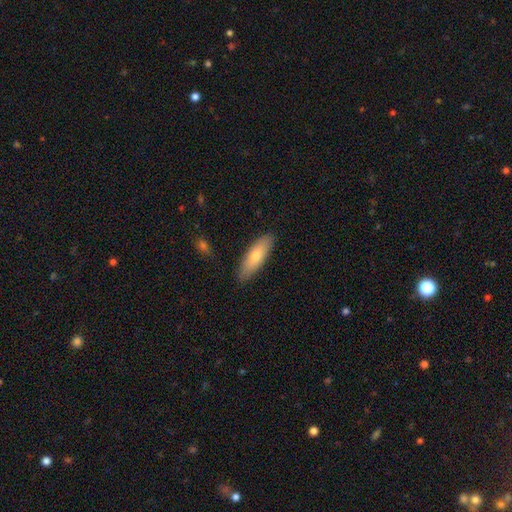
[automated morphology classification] smooth 74%, featured or disk 20%, star or artifact 6%. Down the decision tree: how rounded — cigar-shaped (49%, tied with in between); merging — none (88%).